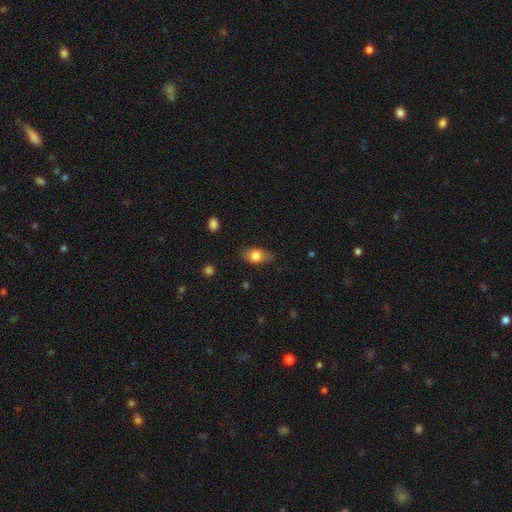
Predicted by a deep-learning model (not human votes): smooth-or-featured: smooth: 74% | featured or disk: 18% | star or artifact: 8%
  how-rounded: in between: 80% | round: 14% | cigar-shaped: 5%
  merging: none: 75% | minor disturbance: 19% | major disturbance: 5% | merger: 1%